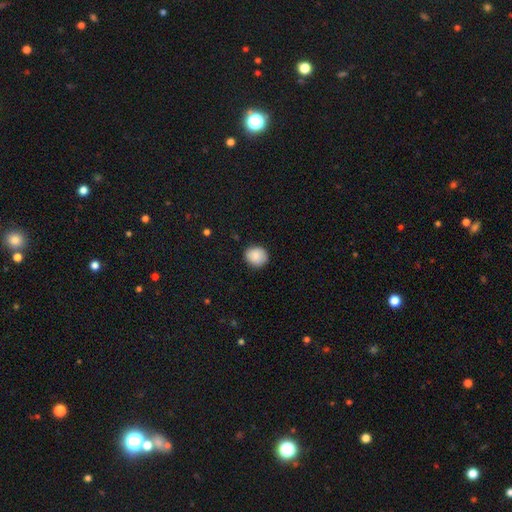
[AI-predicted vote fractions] Smooth or featured? Predicted: smooth (p=0.87). How rounded? Predicted: round (p=0.80). Merging? Predicted: none (p=0.87).